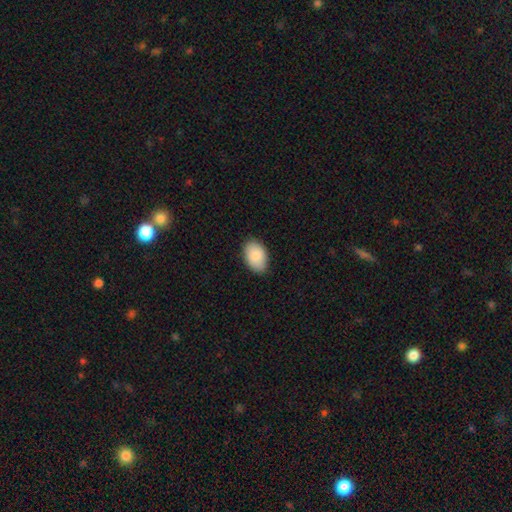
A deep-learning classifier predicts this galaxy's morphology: Smooth or featured? smooth (87%)
How rounded? in between (89%)
Merging? none (85%)